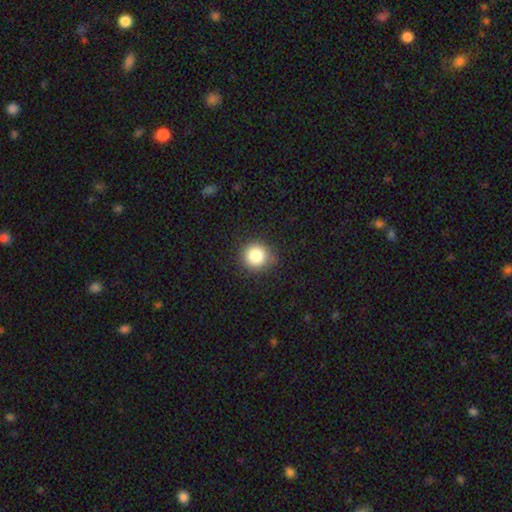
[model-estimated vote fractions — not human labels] Overall: smooth (83%). How rounded: round (91%). Merging: none (86%).